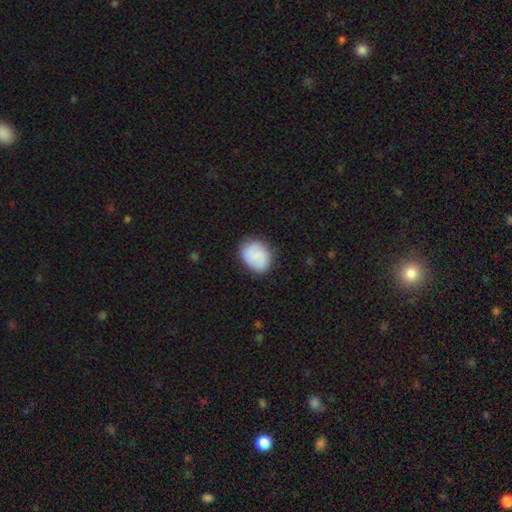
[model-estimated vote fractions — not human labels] This appears to be a smooth galaxy with no disk features (66%) that is round (50%). Merging: none (75%).